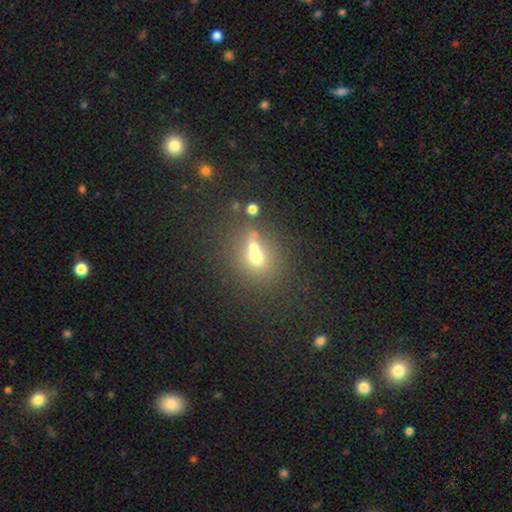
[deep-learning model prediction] A smooth galaxy with no disk features (61%) that is round (70%).

Vote fractions:
- Smooth or featured? smooth: 61% / featured or disk: 21% / star or artifact: 19%
- How rounded? round: 70% / in between: 29% / cigar-shaped: 1%
- Merging? merger: 47% / none: 39% / minor disturbance: 9% / major disturbance: 5%